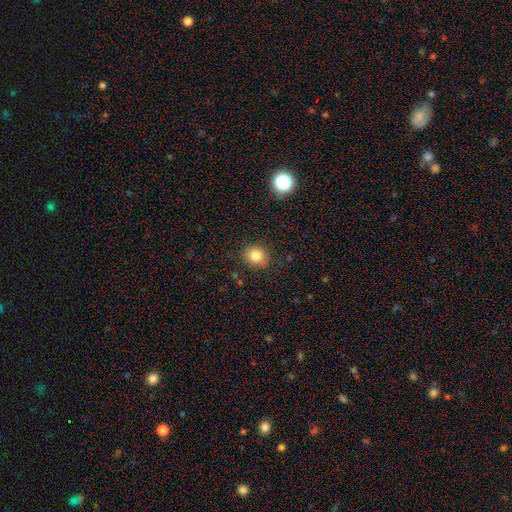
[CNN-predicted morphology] This is clearly a smooth galaxy (82%). How rounded: likely round (71%). Merging: clearly none (85%).